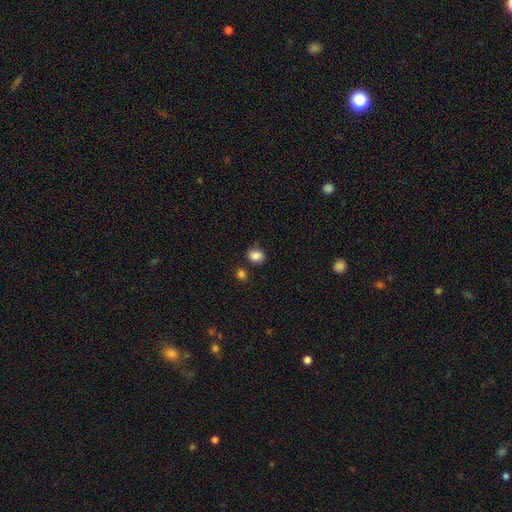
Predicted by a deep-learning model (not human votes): Smooth or featured? smooth (85%)
How rounded? round (60%)
Merging? none (76%)